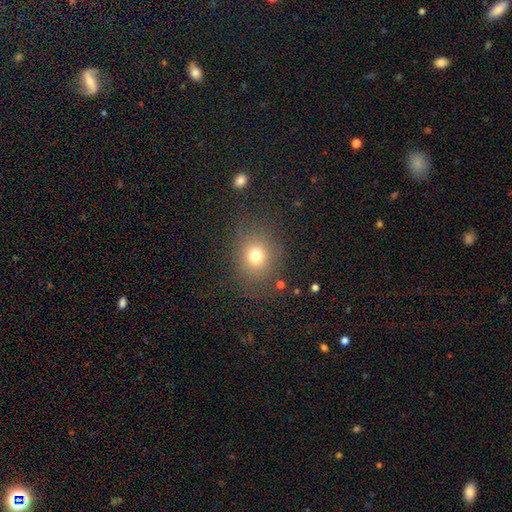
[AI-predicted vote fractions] Smooth or featured? smooth (73%)
How rounded? round (64%)
Merging? none (78%)